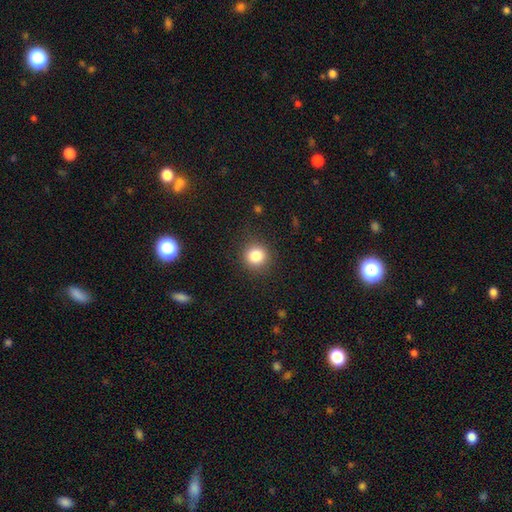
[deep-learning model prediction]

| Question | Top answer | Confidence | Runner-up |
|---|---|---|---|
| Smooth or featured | smooth | 83% | star or artifact (11%) |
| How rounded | round | 92% | in between (7%) |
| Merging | none | 89% | minor disturbance (7%) |